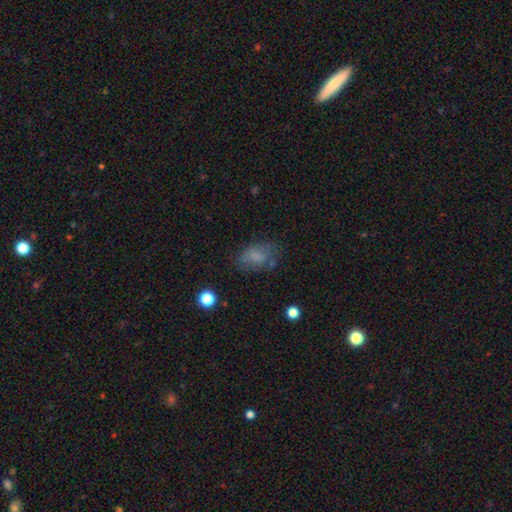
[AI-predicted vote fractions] A smooth galaxy with no disk features (71%) that is in between round and cigar-shaped (88%).

Vote fractions:
- Smooth or featured? smooth: 71% / featured or disk: 17% / star or artifact: 12%
- How rounded? in between: 88% / round: 10% / cigar-shaped: 2%
- Merging? none: 60% / minor disturbance: 24% / major disturbance: 13% / merger: 3%